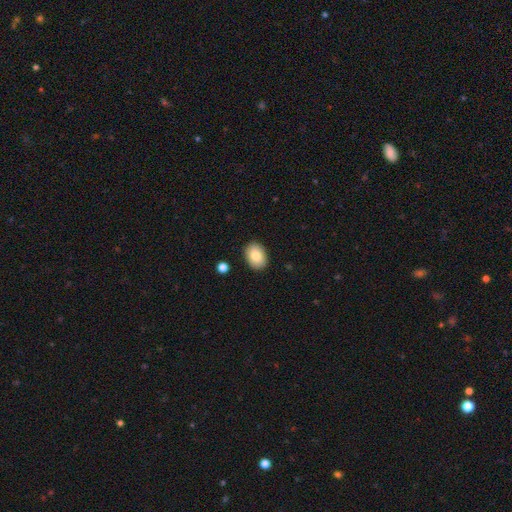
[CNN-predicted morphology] Q: Smooth or featured?
A: smooth (86%); runner-up: star or artifact (7%)
Q: How rounded?
A: in between (77%); runner-up: round (22%)
Q: Merging?
A: none (89%); runner-up: minor disturbance (8%)